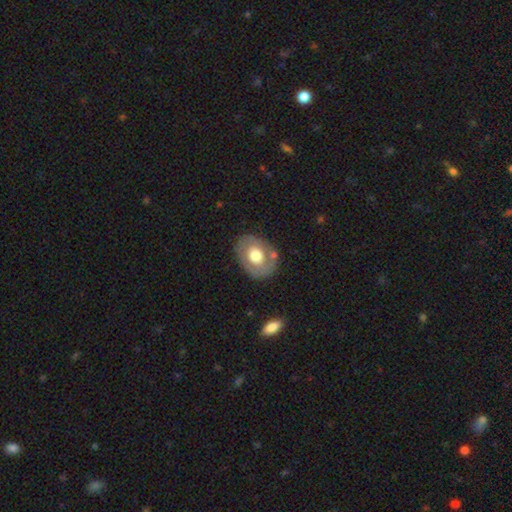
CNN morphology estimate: Smooth or featured?
  - smooth: 49% *
  - featured or disk: 45%
  - star or artifact: 6%
Merging?
  - none: 73% *
  - minor disturbance: 16%
  - major disturbance: 6%
  - merger: 5%